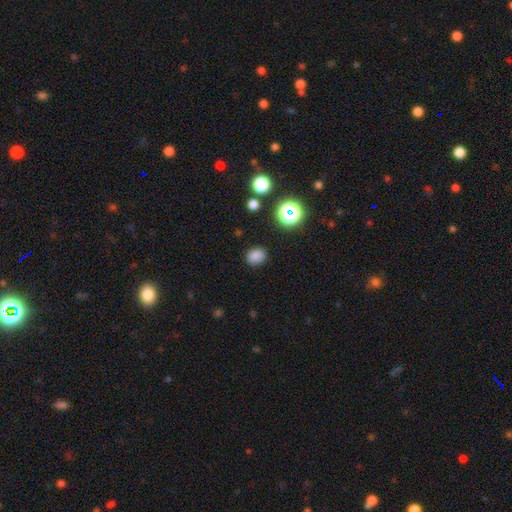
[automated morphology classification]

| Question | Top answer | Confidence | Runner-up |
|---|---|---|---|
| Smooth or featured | smooth | 80% | star or artifact (16%) |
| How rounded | round | 57% | in between (42%) |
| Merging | none | 86% | minor disturbance (10%) |